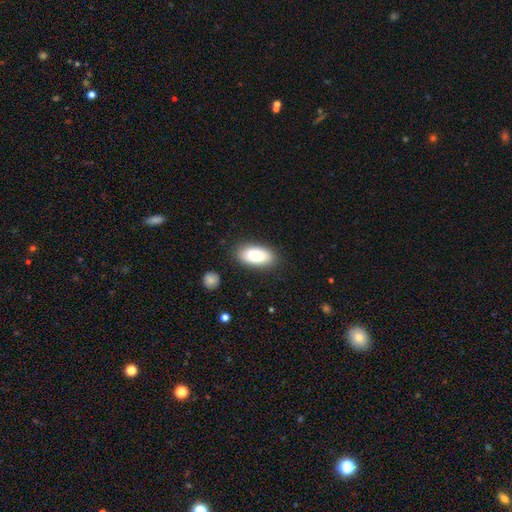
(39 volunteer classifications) smooth 90%, featured or disk 10%, star or artifact 0%. Down the decision tree: how rounded — in between (100%); merging — none (100%).